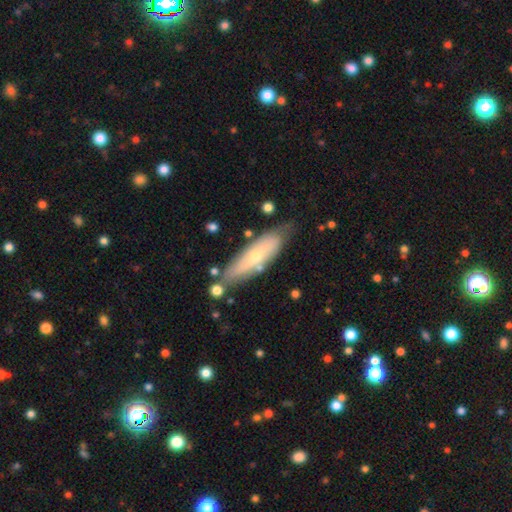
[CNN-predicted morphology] A smooth galaxy with no disk features (47%, tied with featured or disk).

Vote fractions:
- Smooth or featured? smooth: 47% (tied) / featured or disk: 47% (tied) / star or artifact: 6%
- Merging? none: 73% / minor disturbance: 18% / merger: 5% / major disturbance: 4%